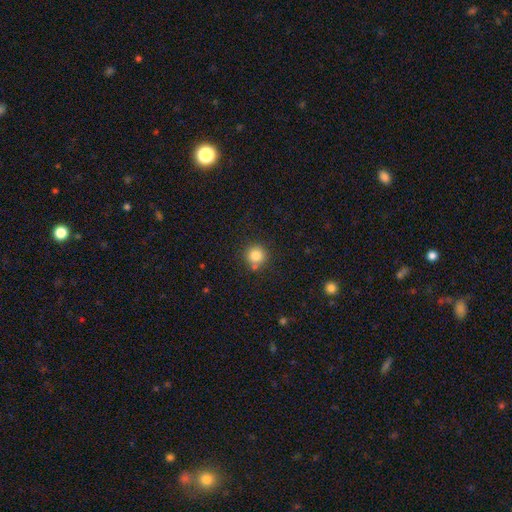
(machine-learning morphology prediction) type=smooth (83%); roundness=round (93%); merging=none (78%).